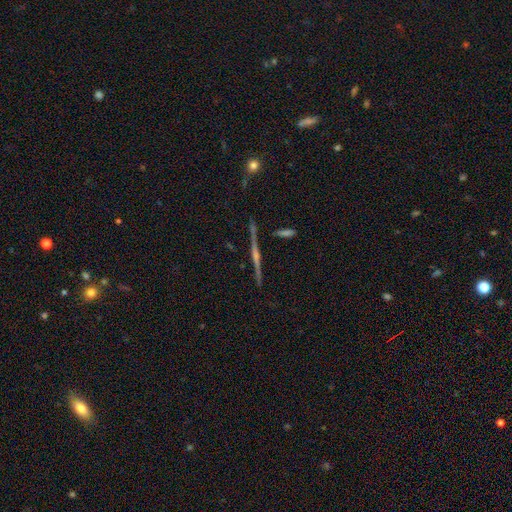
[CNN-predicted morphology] Smooth or featured?
  - featured or disk: 72% *
  - star or artifact: 14%
  - smooth: 14%
Edge-on disk?
  - yes: 96% *
  - no: 4%
Edge-on bulge?
  - rounded: 68% *
  - none: 21%
  - boxy: 11%
Merging?
  - none: 86% *
  - minor disturbance: 7%
  - merger: 3%
  - major disturbance: 3%